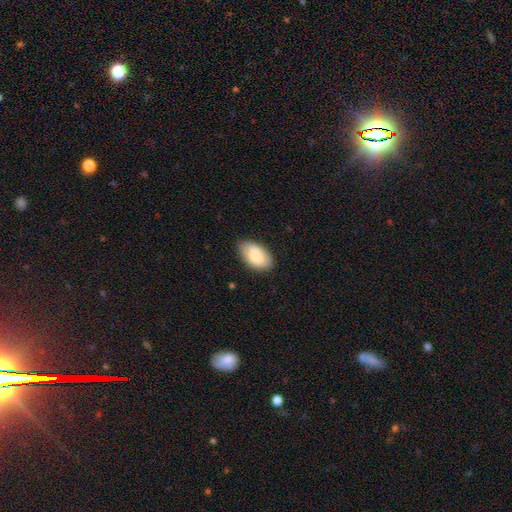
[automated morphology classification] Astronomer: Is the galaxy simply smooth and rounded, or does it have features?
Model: smooth — 81%.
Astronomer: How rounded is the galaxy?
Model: in between — 95%.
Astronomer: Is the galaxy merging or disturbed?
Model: none — 80%.